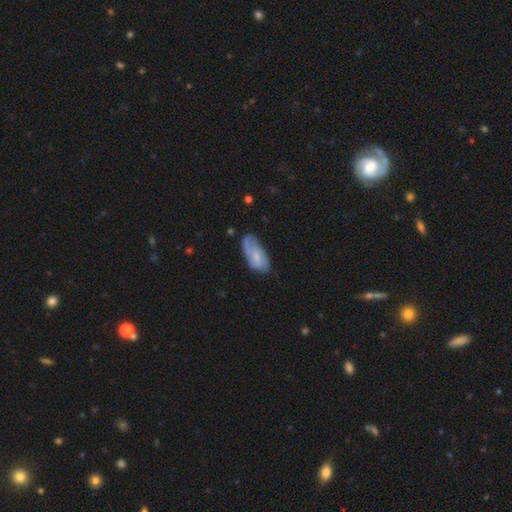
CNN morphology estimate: The model was most divided on "merging": none: 48%, minor disturbance: 35%, major disturbance: 14%, merger: 3%. More confident: how rounded — in between (89%); smooth or featured — smooth (58%).